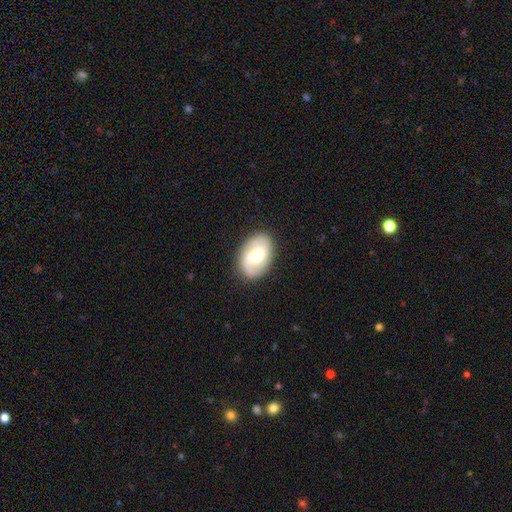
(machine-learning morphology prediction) Smooth or featured: featured or disk — 65% (smooth — 29%)
Edge-on disk: no — 97% (yes — 3%)
Bar: no — 45% (weak — 43%)
Spiral arms: yes — 90% (no — 10%)
Spiral winding: medium — 45% (loose — 28%)
Spiral arm count: 2 — 85% (can't tell — 7%)
Bulge size: moderate — 55% (small — 29%)
Merging: none — 85% (minor disturbance — 11%)